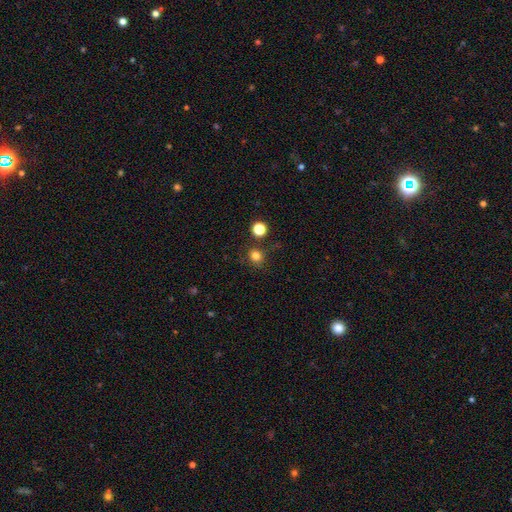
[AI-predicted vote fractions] Overall: smooth (80%). How rounded: round (82%). Merging: none (81%).